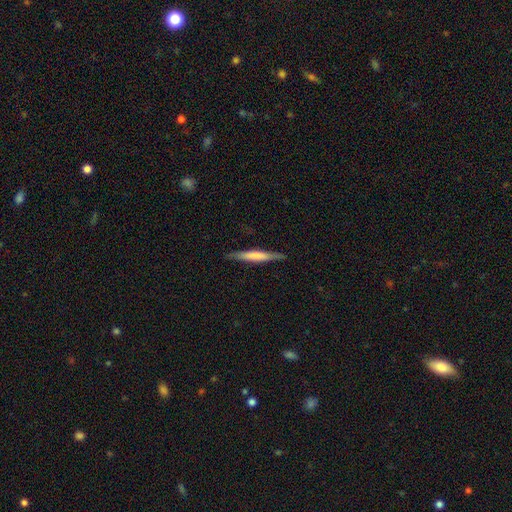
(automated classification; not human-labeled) Smooth or featured? Predicted: smooth (p=0.55). How rounded? Predicted: cigar-shaped (p=0.95). Merging? Predicted: none (p=0.88).